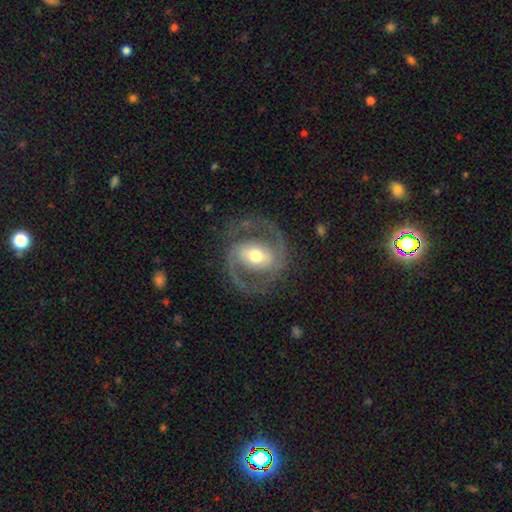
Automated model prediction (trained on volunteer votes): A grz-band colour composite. It shows a featured or disk galaxy (87%) with a weak bar (38%), 2 (91%) medium (57%) spiral arms (92%) and a moderate central bulge (70%). Merging: none (78%).